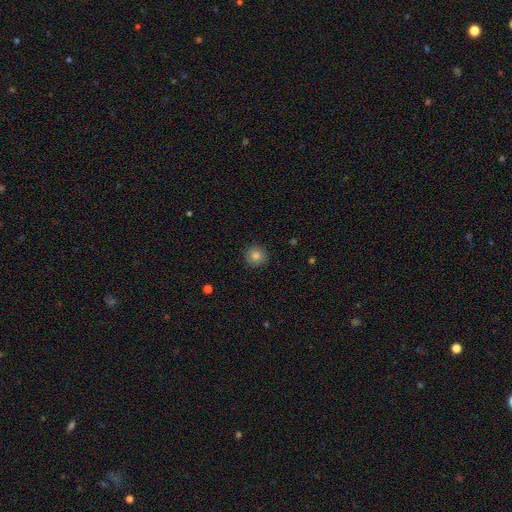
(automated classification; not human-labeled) A smooth galaxy with no disk features (83%) that is round (92%).

Vote fractions:
- Smooth or featured? smooth: 83% / star or artifact: 11% / featured or disk: 6%
- How rounded? round: 92% / in between: 7% / cigar-shaped: 1%
- Merging? none: 91% / minor disturbance: 6% / major disturbance: 2% / merger: 1%